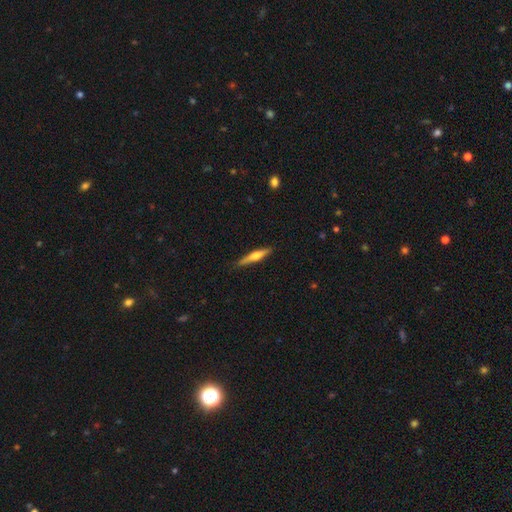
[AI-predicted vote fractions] smooth_or_featured: featured or disk (p=0.50) [alt: smooth p=0.44]
disk_edge_on: yes (p=0.96) [alt: no p=0.04]
merging: none (p=0.87) [alt: minor disturbance p=0.10]